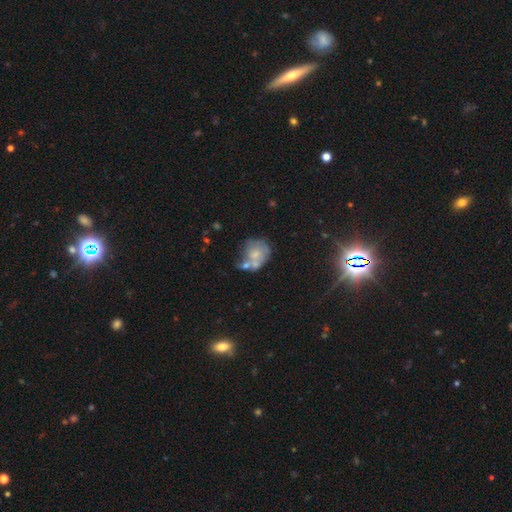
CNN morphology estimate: Q: Smooth or featured?
A: smooth (47%); runner-up: featured or disk (44%)
Q: Merging?
A: merger (34%); runner-up: none (30%)